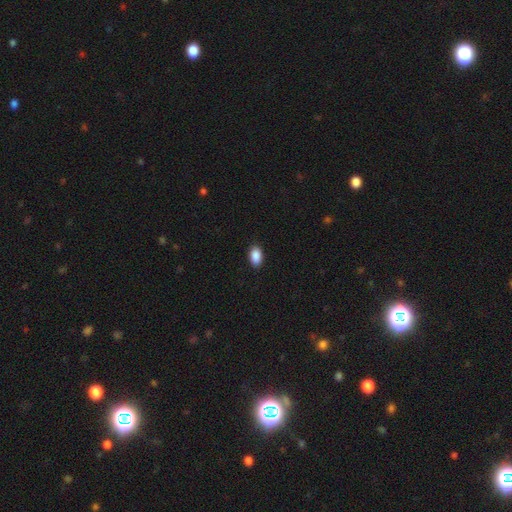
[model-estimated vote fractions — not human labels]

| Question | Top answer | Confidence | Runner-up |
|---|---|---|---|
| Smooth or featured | smooth | 90% | star or artifact (8%) |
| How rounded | in between | 92% | round (7%) |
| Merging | none | 89% | minor disturbance (8%) |